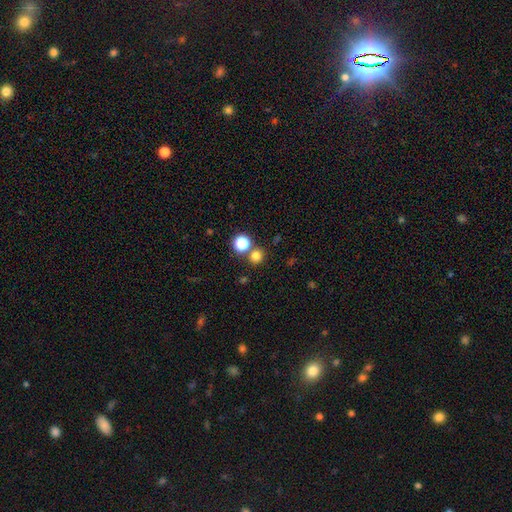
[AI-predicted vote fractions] Overall: smooth (76%). How rounded: round (89%). Merging: none (74%).